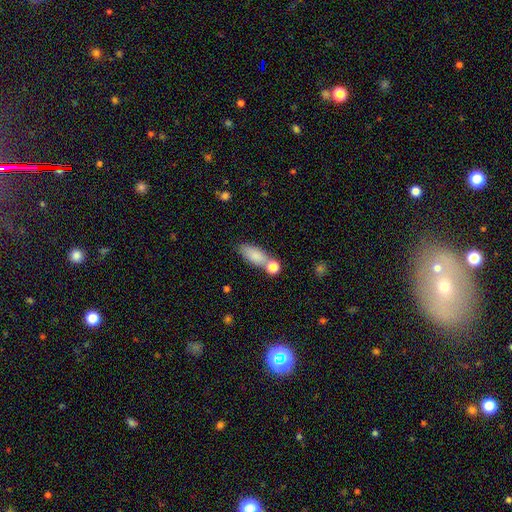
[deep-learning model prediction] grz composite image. It shows a smooth galaxy with no disk features (83%) that is in between round and cigar-shaped (73%). Merging: none (56%).